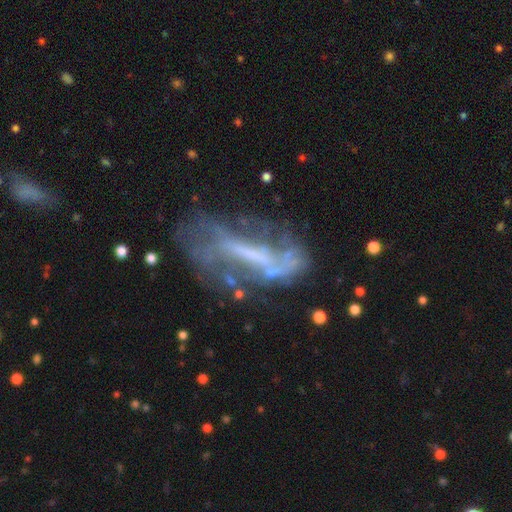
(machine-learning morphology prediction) type=featured or disk (72%); edge-on=no (83%); bar=strong (43%); spiral arms=yes (50%, tied with no); bulge=none (46%); merging=none (45%).